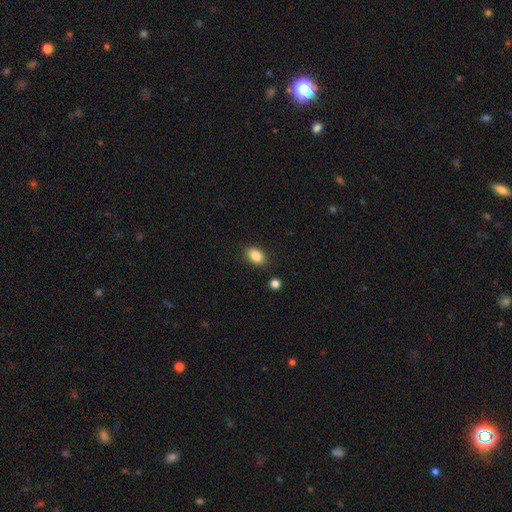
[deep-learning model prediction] A smooth galaxy with no disk features (86%) that is in between round and cigar-shaped (85%).

Vote fractions:
- Smooth or featured? smooth: 86% / star or artifact: 8% / featured or disk: 6%
- How rounded? in between: 85% / round: 13% / cigar-shaped: 2%
- Merging? none: 86% / minor disturbance: 9% / merger: 2% / major disturbance: 2%